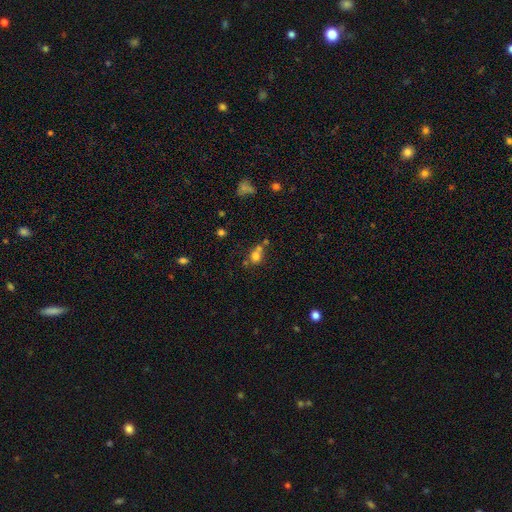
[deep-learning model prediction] Q: Smooth or featured?
A: smooth (72%); runner-up: star or artifact (16%)
Q: How rounded?
A: round (69%); runner-up: in between (29%)
Q: Merging?
A: none (41%); runner-up: merger (39%)